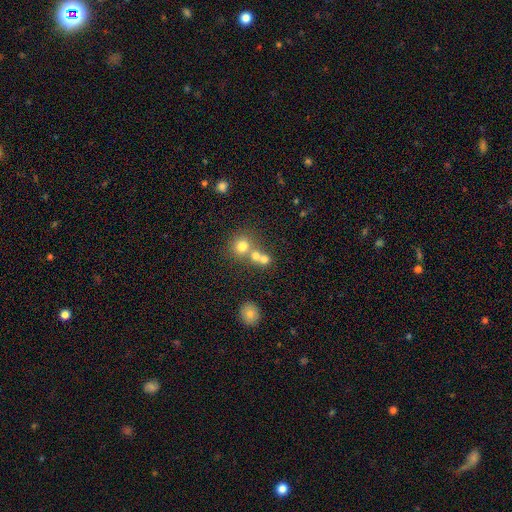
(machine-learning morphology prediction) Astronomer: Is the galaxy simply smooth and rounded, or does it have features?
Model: smooth — 60%.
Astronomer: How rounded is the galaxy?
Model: round — 83%.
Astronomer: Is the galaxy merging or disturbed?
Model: none — 54% (runner-up: merger, 36%).